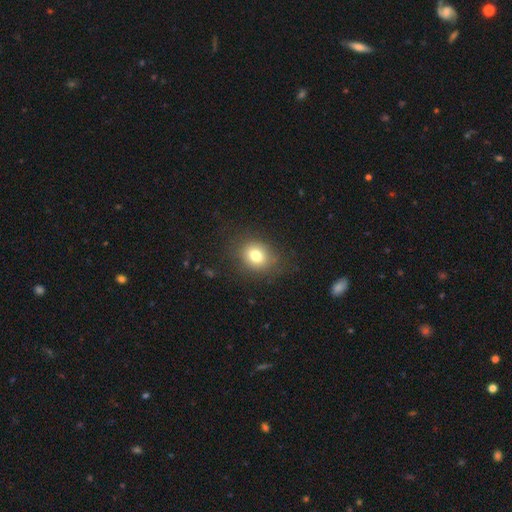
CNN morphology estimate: Overall: smooth (77%). How rounded: round (63%; in between 36%). Merging: none (82%).